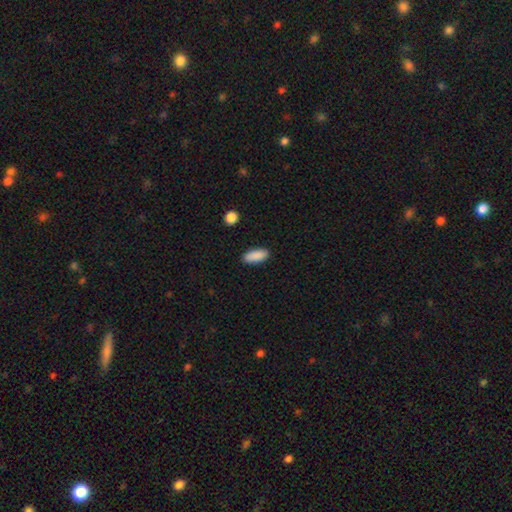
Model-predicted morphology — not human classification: This appears to be a smooth galaxy with no disk features (90%) that is in between round and cigar-shaped (84%). Merging: none (89%).